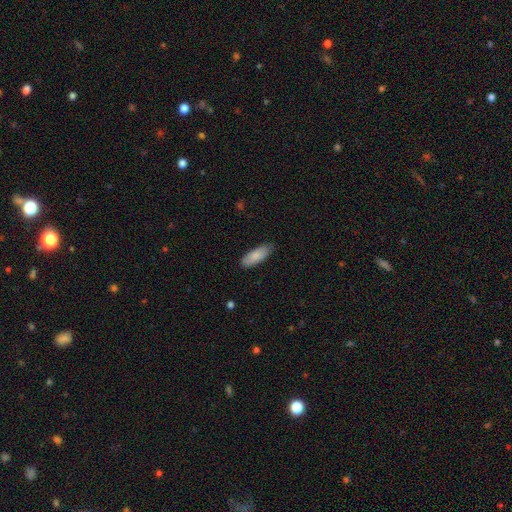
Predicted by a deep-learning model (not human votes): Smooth or featured? smooth (87%)
How rounded? in between (71%)
Merging? none (83%)